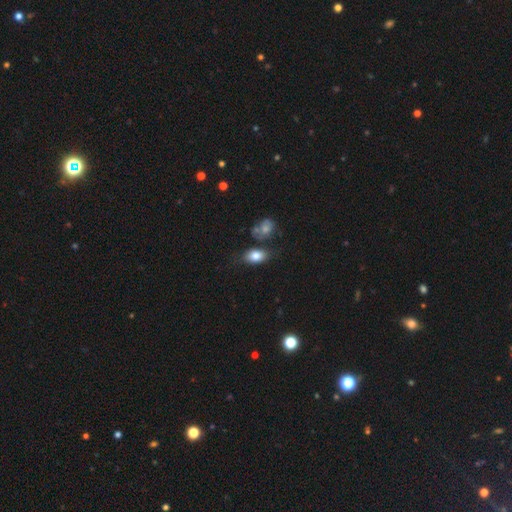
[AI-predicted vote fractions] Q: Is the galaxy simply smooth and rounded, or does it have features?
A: smooth — 83%.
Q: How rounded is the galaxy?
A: in between — 89%.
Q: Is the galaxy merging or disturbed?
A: none — 67%.